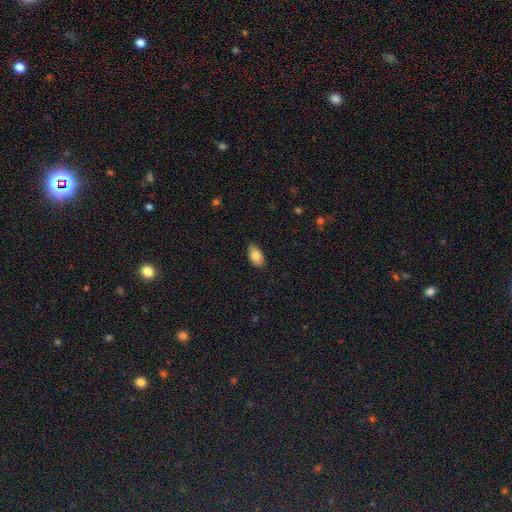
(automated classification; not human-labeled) This appears to be a smooth galaxy with no disk features (83%) that is in between round and cigar-shaped (93%). Merging: none (83%).